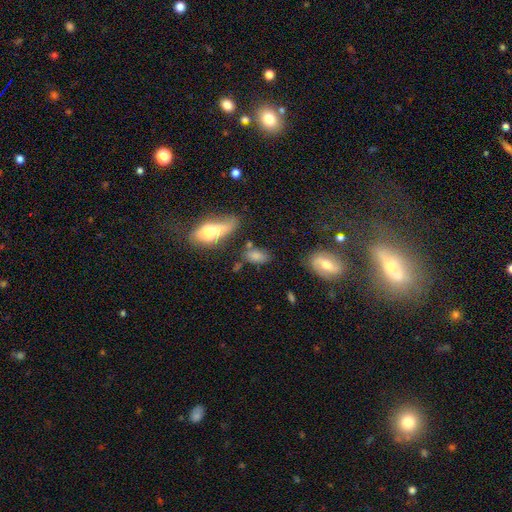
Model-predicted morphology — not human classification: Smooth or featured: smooth — 76% (featured or disk — 13%)
How rounded: in between — 86% (round — 7%)
Merging: none — 60% (minor disturbance — 20%)